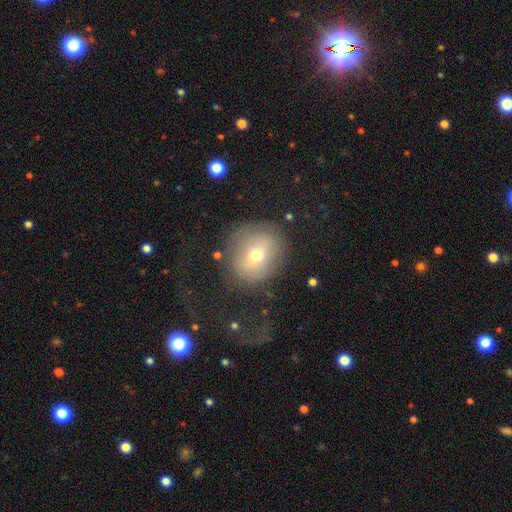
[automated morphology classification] A smooth galaxy with no disk features (64%) that is round (75%). Merging: none (67%).